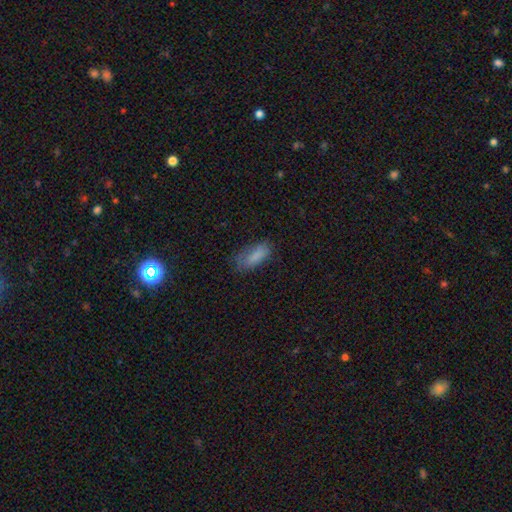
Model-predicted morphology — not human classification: A smooth galaxy with no disk features (82%) that is in between round and cigar-shaped (76%). Merging: none (59%).